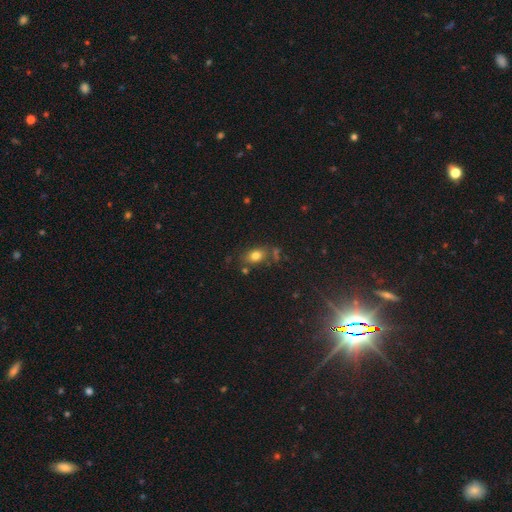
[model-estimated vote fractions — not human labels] smooth 77%, star or artifact 12%, featured or disk 10%. Down the decision tree: how rounded — in between (74%); merging — none (69%).